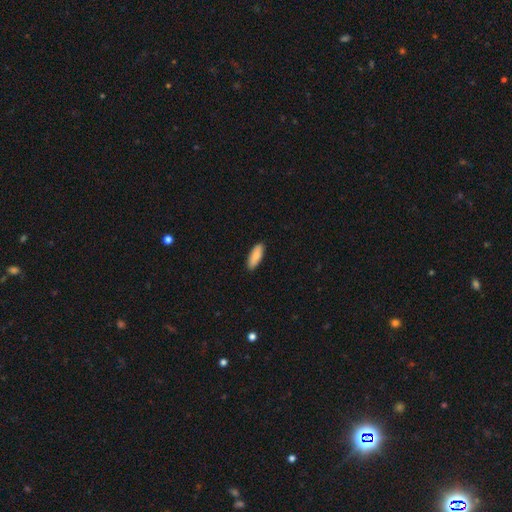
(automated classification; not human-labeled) Morphology: type=smooth (85%); roundness=in between (65%); merging=none (90%).